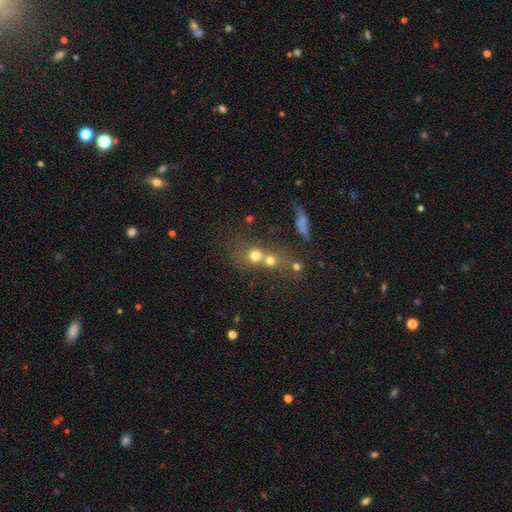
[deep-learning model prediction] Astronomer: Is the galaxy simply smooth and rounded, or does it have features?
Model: smooth — 65%.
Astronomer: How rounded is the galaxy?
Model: round — 76%.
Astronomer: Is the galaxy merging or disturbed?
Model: merger — 53% (runner-up: none, 32%).